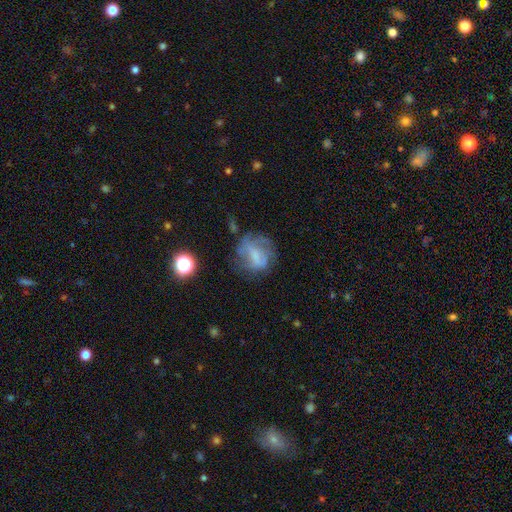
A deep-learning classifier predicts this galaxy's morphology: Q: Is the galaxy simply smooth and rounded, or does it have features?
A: featured or disk — 50%.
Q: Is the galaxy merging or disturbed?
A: none — 48%.